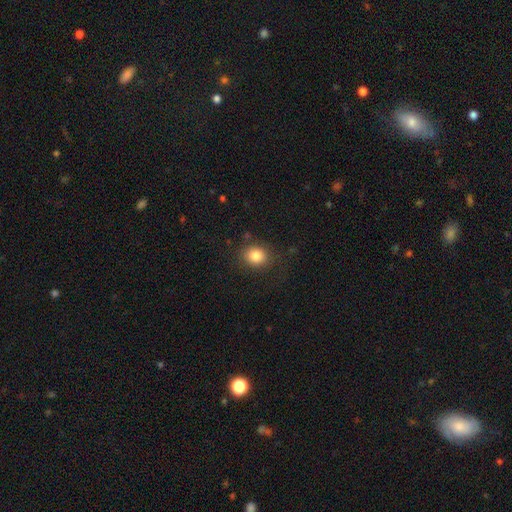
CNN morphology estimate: type=smooth (83%); roundness=round (62%); merging=none (81%).